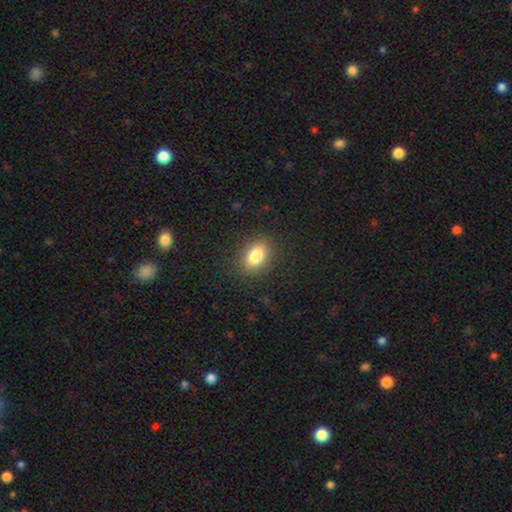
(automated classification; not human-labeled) smooth-or-featured: smooth: 81% | featured or disk: 10% | star or artifact: 9%
  how-rounded: in between: 81% | round: 16% | cigar-shaped: 3%
  merging: none: 86% | minor disturbance: 9% | major disturbance: 3% | merger: 1%